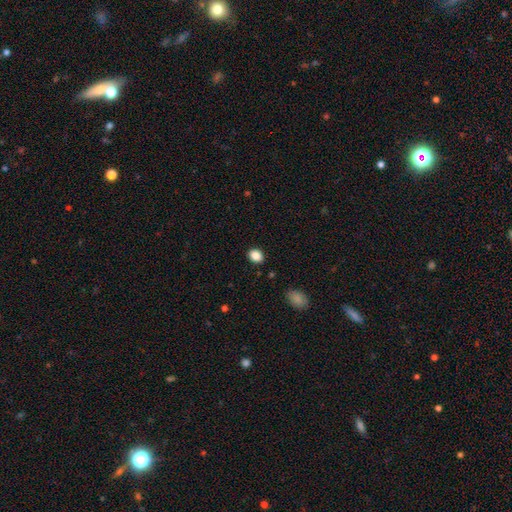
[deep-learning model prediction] The model was most divided on "how rounded": in between: 54%, round: 45%, cigar-shaped: 1%. More confident: merging — none (88%); smooth or featured — smooth (87%).